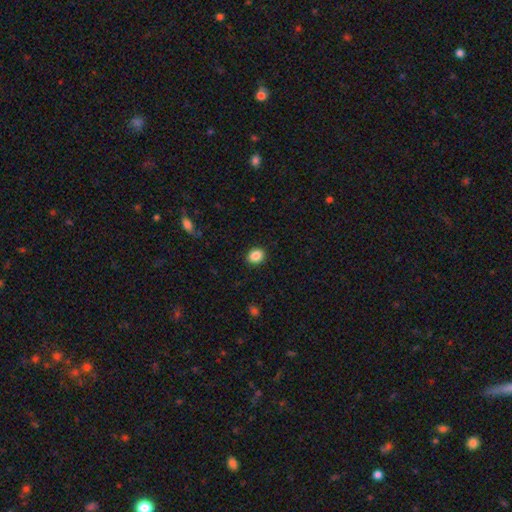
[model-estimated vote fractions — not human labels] smooth 87%, star or artifact 9%, featured or disk 3%. Down the decision tree: how rounded — round (55%); merging — none (90%).